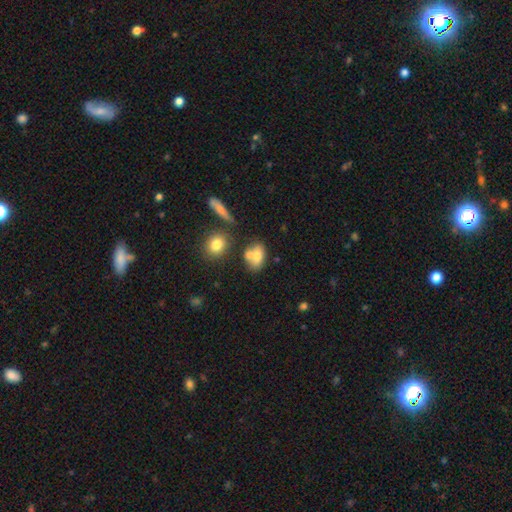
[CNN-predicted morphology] A smooth galaxy with no disk features (70%) that is in between round and cigar-shaped (76%). Merging: none (41%).